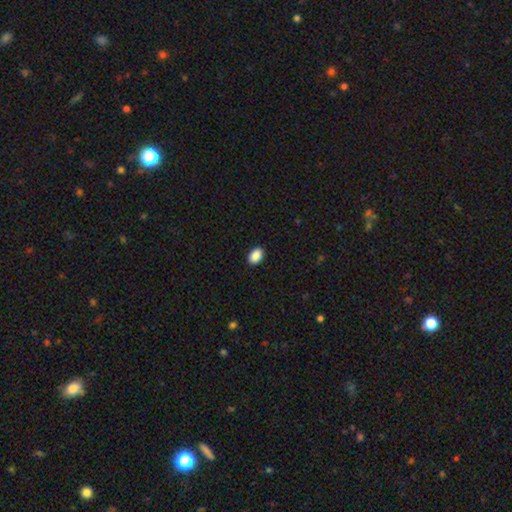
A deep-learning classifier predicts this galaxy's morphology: Smooth or featured: smooth — 90% (star or artifact — 7%)
How rounded: in between — 83% (round — 16%)
Merging: none — 90% (minor disturbance — 7%)